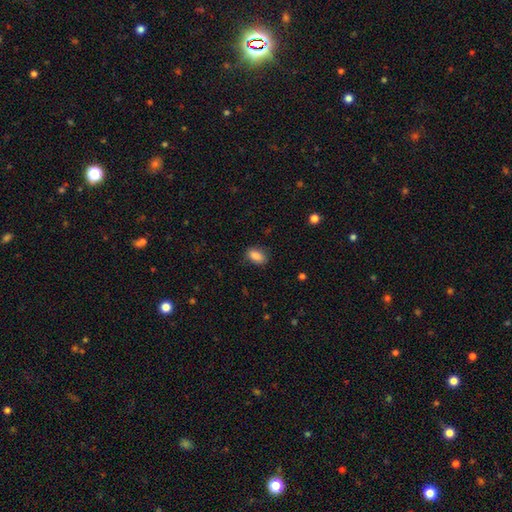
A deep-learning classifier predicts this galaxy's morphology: This appears to be a smooth galaxy with no disk features (87%) that is in between round and cigar-shaped (84%). Merging: none (80%).